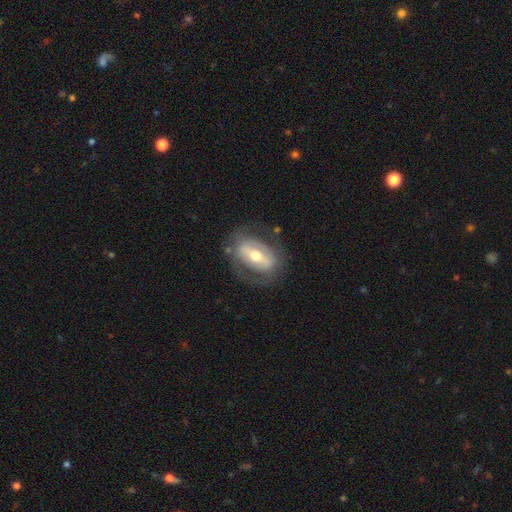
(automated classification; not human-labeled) featured or disk 61%, smooth 32%, star or artifact 7%. Down the decision tree: edge-on disk — no (90%); bar — strong (38%); spiral arms — no (65%); bulge size — moderate (66%); merging — none (70%).